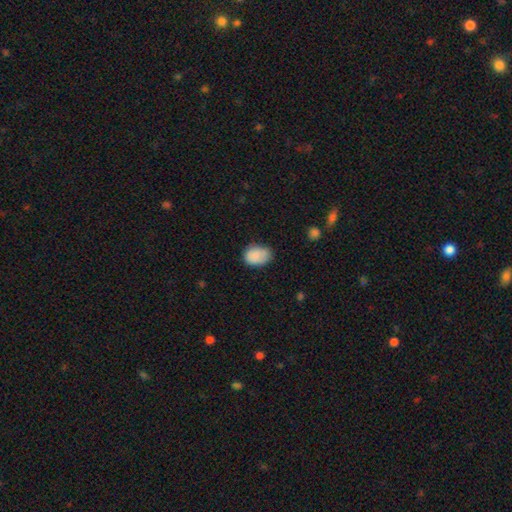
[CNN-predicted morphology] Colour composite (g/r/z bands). It shows a smooth galaxy with no disk features (84%) that is in between round and cigar-shaped (71%). Merging: none (58%).